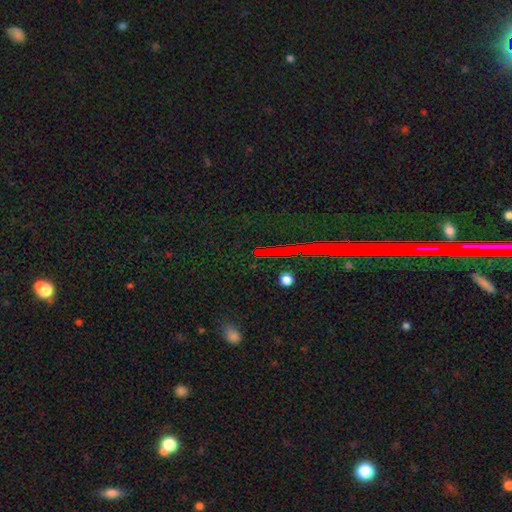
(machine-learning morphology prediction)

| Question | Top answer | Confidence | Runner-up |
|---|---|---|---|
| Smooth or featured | star or artifact | 79% | smooth (11%) |